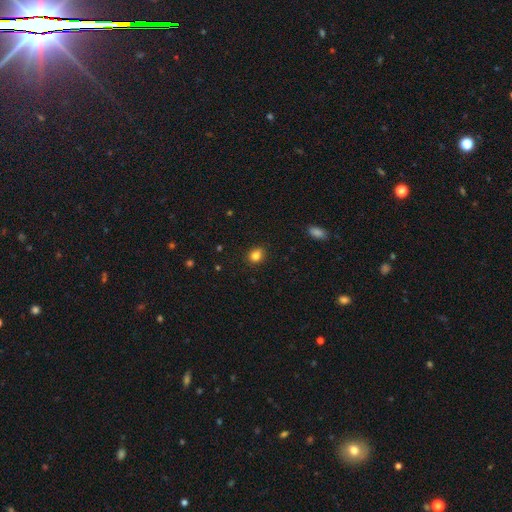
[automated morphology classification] Smooth or featured?
  - smooth: 84% *
  - star or artifact: 11%
  - featured or disk: 5%
How rounded?
  - round: 56% *
  - in between: 43%
  - cigar-shaped: 1%
Merging?
  - none: 88% *
  - minor disturbance: 9%
  - major disturbance: 2%
  - merger: 1%